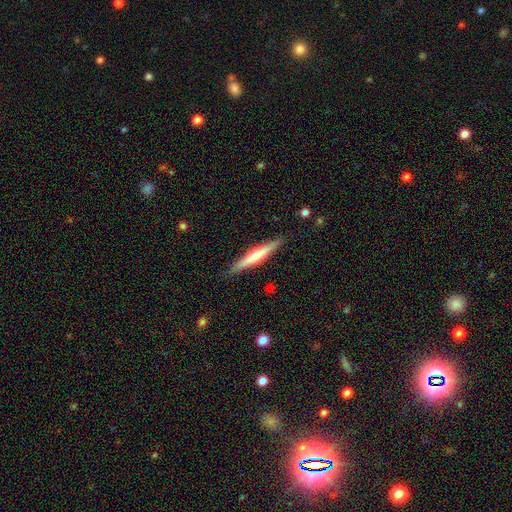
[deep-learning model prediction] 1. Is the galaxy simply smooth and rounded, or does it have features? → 58% featured or disk, 37% smooth, 5% star or artifact.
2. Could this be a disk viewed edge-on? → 97% yes, 3% no.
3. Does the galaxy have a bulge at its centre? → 77% rounded, 15% none, 7% boxy.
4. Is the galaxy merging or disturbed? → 88% none, 9% minor disturbance, 2% major disturbance, 1% merger.